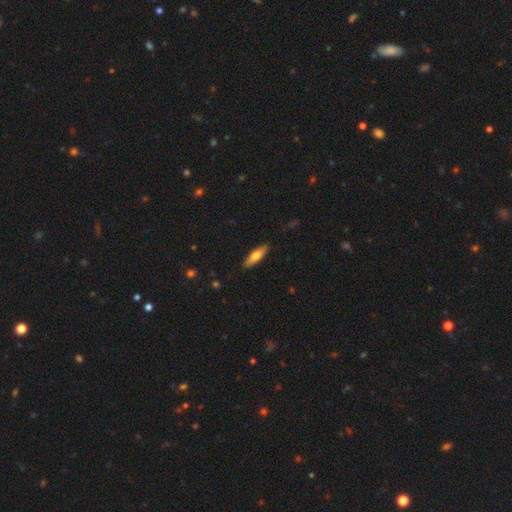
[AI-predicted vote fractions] smooth 63%, featured or disk 32%, star or artifact 6%. Down the decision tree: how rounded — cigar-shaped (56%); merging — none (88%).